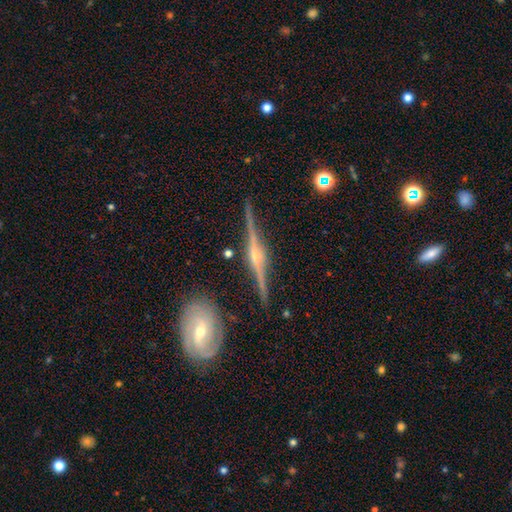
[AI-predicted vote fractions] Overall: featured or disk (87%). Edge-on disk: yes (97%). Edge-on bulge: rounded (89%). Merging: none (87%).